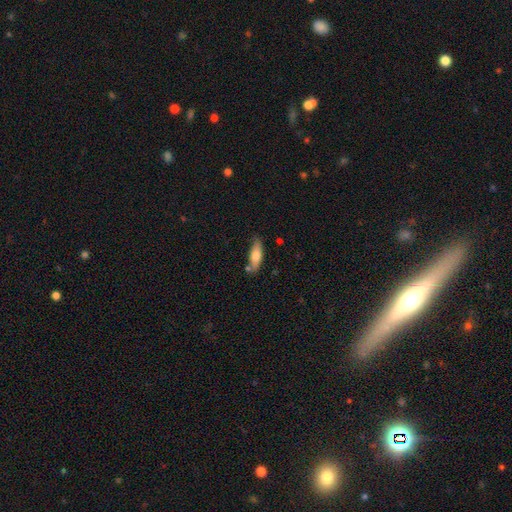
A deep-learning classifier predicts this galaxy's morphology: Overall: smooth (68%). How rounded: in between (55%; cigar-shaped 43%). Merging: none (70%).